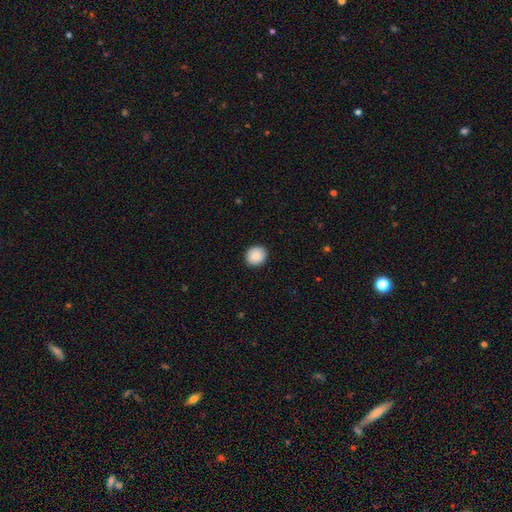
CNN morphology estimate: Q: Smooth or featured?
A: smooth (88%); runner-up: star or artifact (8%)
Q: How rounded?
A: round (83%); runner-up: in between (16%)
Q: Merging?
A: none (91%); runner-up: minor disturbance (6%)